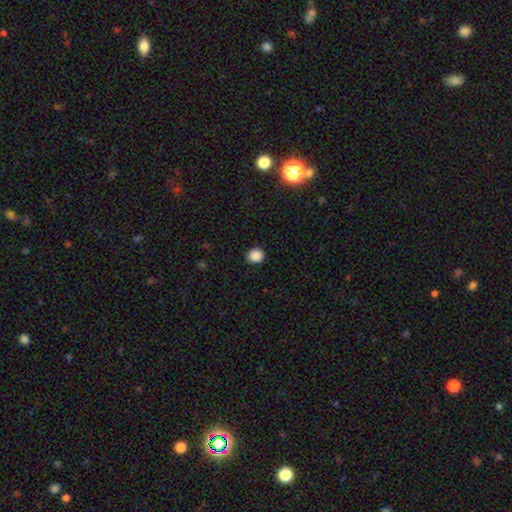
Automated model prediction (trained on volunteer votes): A smooth galaxy with no disk features (87%) that is round (88%). Merging: none (91%).